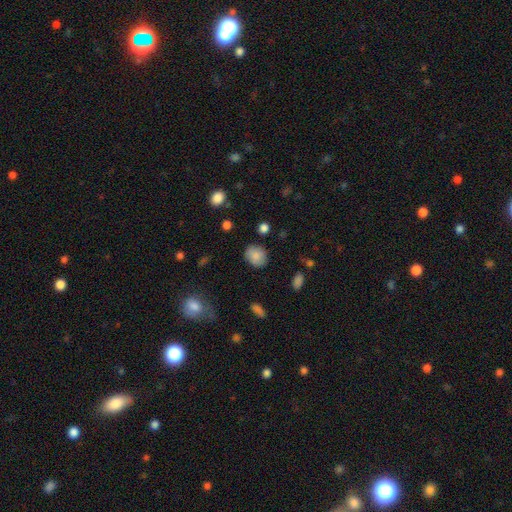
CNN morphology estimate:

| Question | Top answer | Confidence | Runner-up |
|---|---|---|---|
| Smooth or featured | smooth | 84% | star or artifact (8%) |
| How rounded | round | 62% | in between (37%) |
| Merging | none | 83% | minor disturbance (12%) |